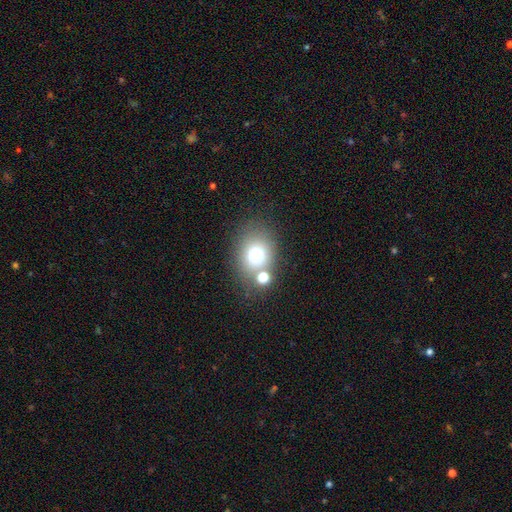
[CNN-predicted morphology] Q: Smooth or featured?
A: smooth (70%); runner-up: star or artifact (15%)
Q: How rounded?
A: round (54%); runner-up: in between (45%)
Q: Merging?
A: none (62%); runner-up: merger (20%)